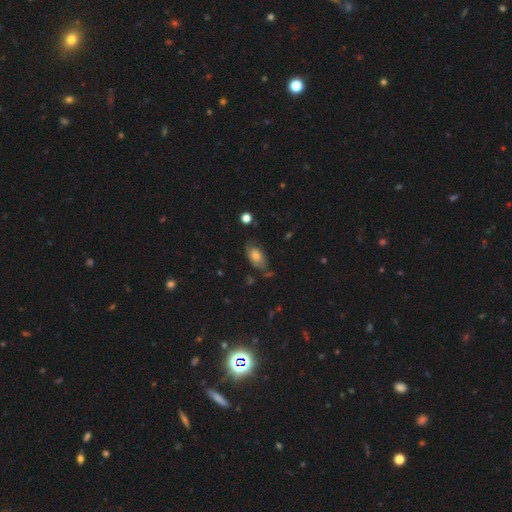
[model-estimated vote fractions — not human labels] Smooth or featured? smooth (64%)
How rounded? in between (90%)
Merging? none (59%)